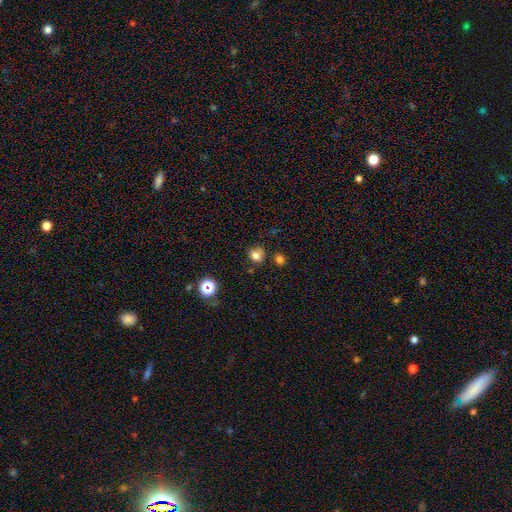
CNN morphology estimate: Q: Smooth or featured?
A: smooth (75%); runner-up: star or artifact (16%)
Q: How rounded?
A: round (73%); runner-up: in between (26%)
Q: Merging?
A: none (69%); runner-up: minor disturbance (17%)